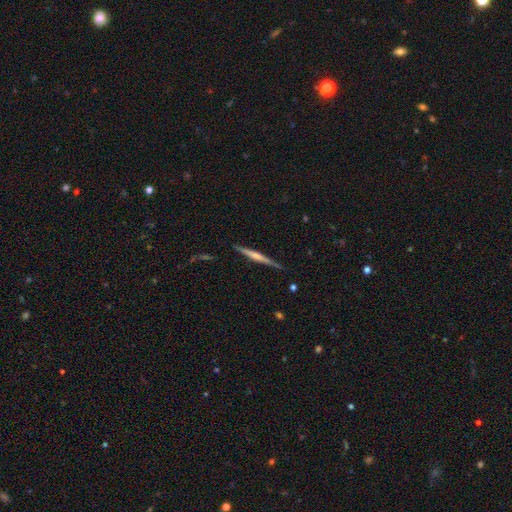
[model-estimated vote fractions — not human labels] Overall: featured or disk (61%; smooth 34%). Edge-on disk: yes (98%). Edge-on bulge: rounded (46%; none 36%). Merging: none (87%).